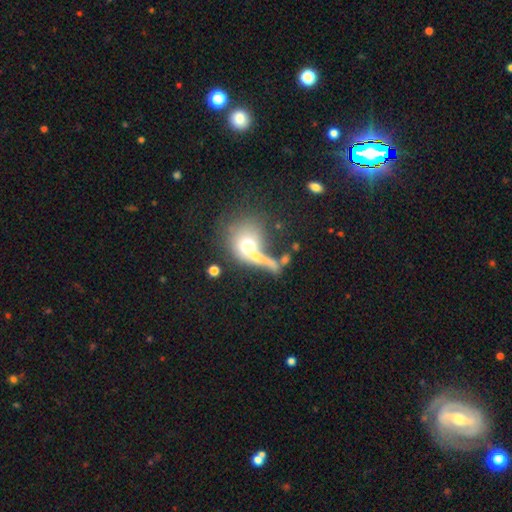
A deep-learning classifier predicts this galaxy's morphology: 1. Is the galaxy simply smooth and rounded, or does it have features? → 62% smooth, 27% featured or disk, 11% star or artifact.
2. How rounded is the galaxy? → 71% round, 24% in between, 5% cigar-shaped.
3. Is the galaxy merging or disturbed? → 45% merger, 25% none, 20% major disturbance, 10% minor disturbance.